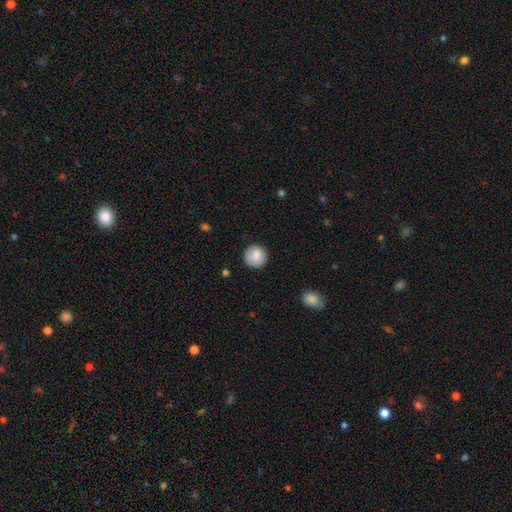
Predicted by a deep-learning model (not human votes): A smooth galaxy with no disk features (86%) that is round (94%). Merging: none (89%).